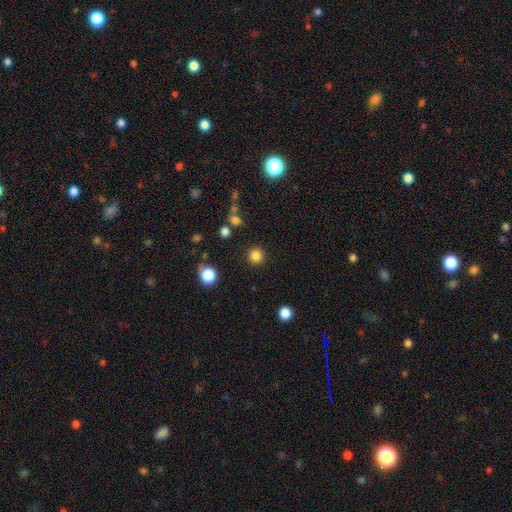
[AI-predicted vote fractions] A smooth galaxy with no disk features (83%) that is round (94%). Merging: none (90%).